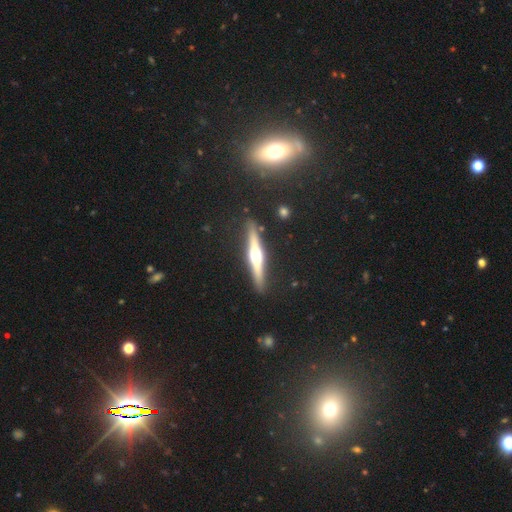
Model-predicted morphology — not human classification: smooth-or-featured: featured or disk: 71% | smooth: 23% | star or artifact: 6%
  disk-edge-on: yes: 97% | no: 3%
    edge-on-bulge: rounded: 92% | boxy: 4% | none: 3%
  merging: none: 88% | minor disturbance: 8% | merger: 2% | major disturbance: 2%